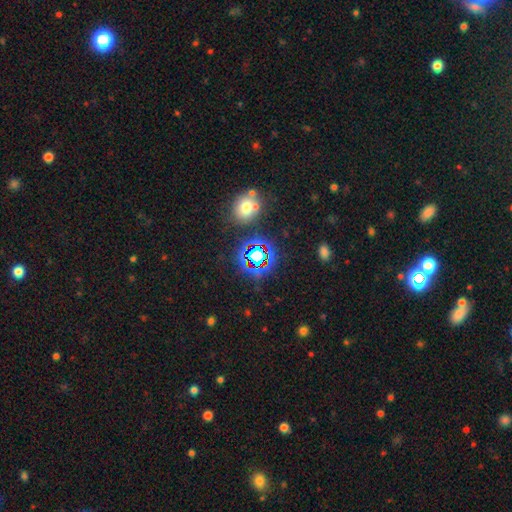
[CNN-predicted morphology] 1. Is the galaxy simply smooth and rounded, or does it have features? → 67% star or artifact, 23% smooth, 10% featured or disk.